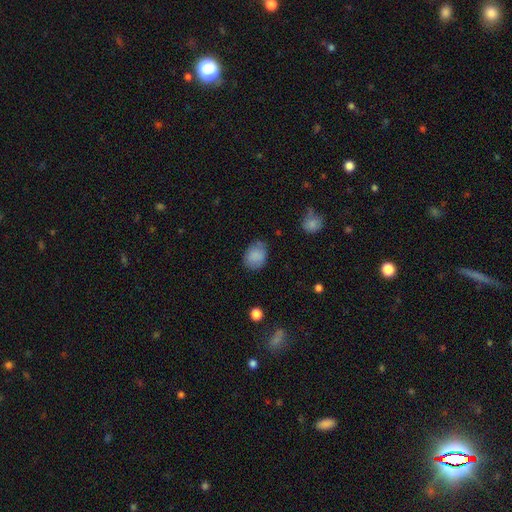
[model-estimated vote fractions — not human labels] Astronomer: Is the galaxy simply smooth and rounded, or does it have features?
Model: smooth — 85%.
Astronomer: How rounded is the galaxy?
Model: in between — 57% (runner-up: round, 42%).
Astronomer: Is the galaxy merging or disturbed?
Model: none — 71%.